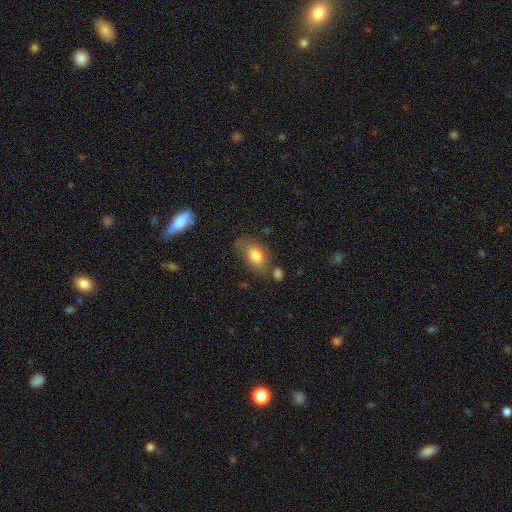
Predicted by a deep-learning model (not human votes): smooth_or_featured: smooth (p=0.78) [alt: featured or disk p=0.14]
how_rounded: in between (p=0.85) [alt: round p=0.13]
merging: none (p=0.55) [alt: minor disturbance p=0.26]